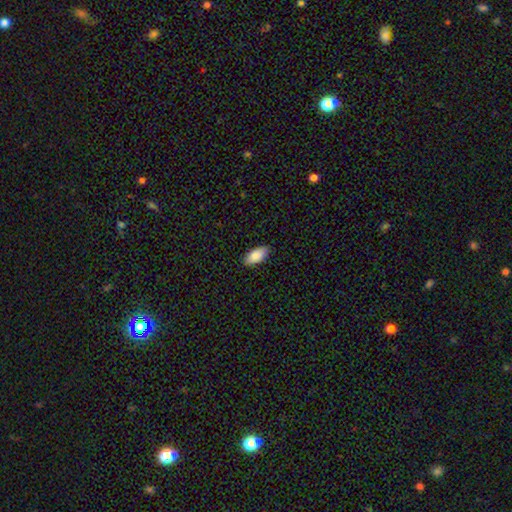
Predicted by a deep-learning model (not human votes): Smooth or featured? Predicted: smooth (p=0.89). How rounded? Predicted: in between (p=0.92). Merging? Predicted: none (p=0.88).